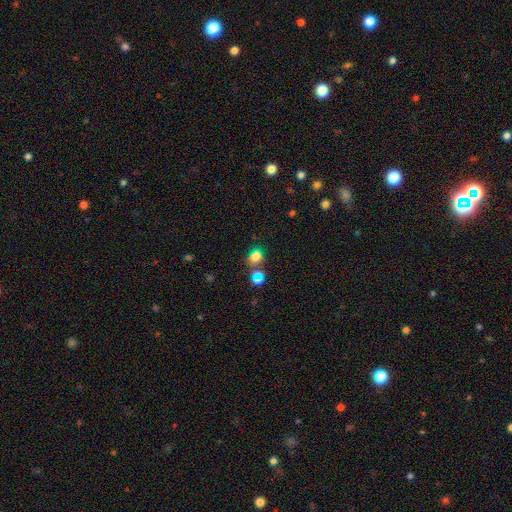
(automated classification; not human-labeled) Morphology: type=smooth (66%); roundness=round (58%); merging=none (58%).